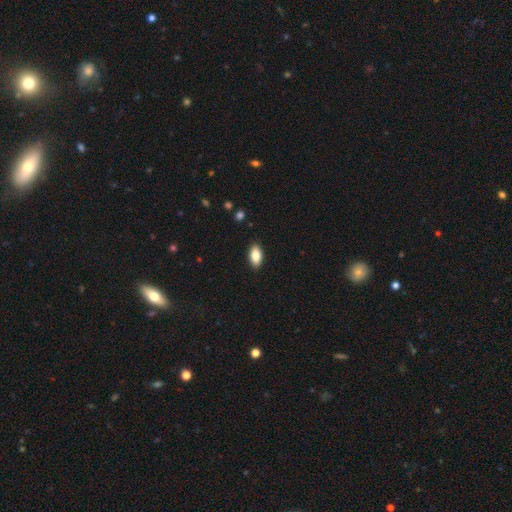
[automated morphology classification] Smooth or featured? Predicted: smooth (p=0.85). How rounded? Predicted: in between (p=0.92). Merging? Predicted: none (p=0.89).